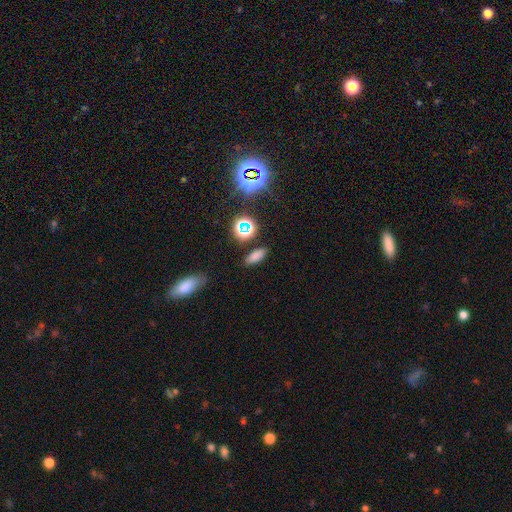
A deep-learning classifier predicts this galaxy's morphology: smooth 75%, star or artifact 18%, featured or disk 7%. Down the decision tree: how rounded — in between (76%); merging — none (85%).